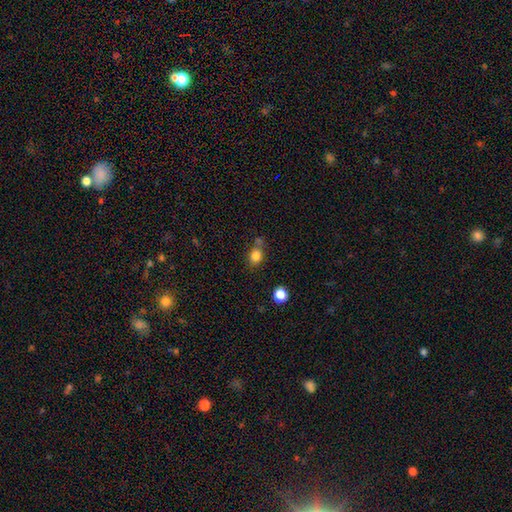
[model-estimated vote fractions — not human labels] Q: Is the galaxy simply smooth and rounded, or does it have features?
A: smooth — 82%.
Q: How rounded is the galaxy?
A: round — 57%.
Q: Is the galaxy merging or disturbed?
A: none — 60%.